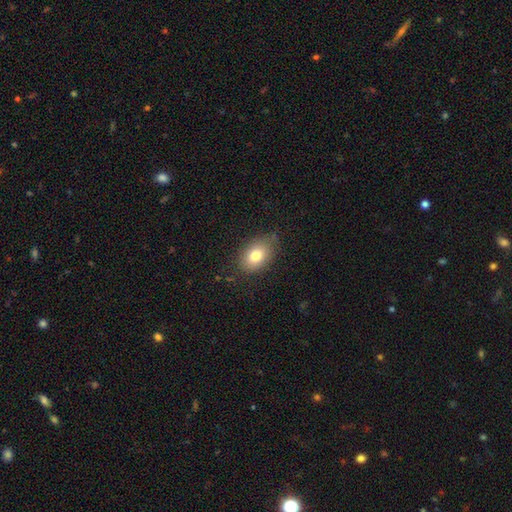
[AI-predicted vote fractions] smooth 79%, featured or disk 12%, star or artifact 9%. Down the decision tree: how rounded — in between (84%); merging — none (77%).